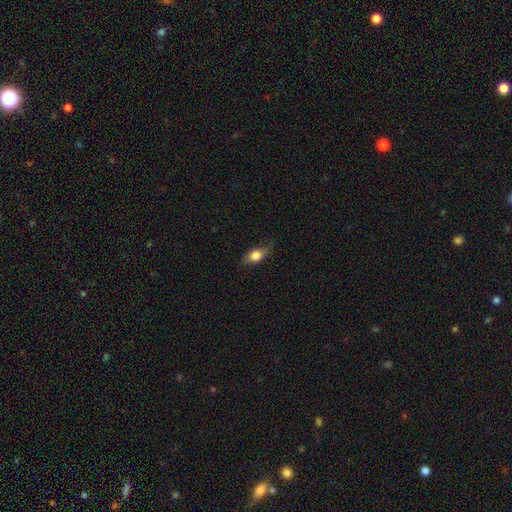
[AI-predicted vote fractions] Morphology: type=smooth (77%); roundness=in between (77%); merging=none (72%).